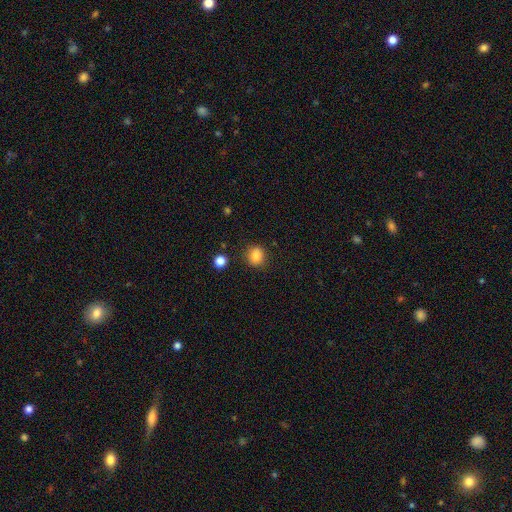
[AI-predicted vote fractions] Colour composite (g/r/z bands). It shows a smooth galaxy with no disk features (85%) that is round (75%). Merging: none (85%).